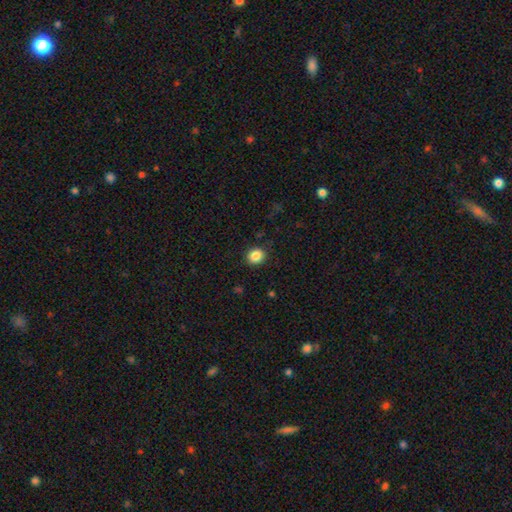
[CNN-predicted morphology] A smooth galaxy with no disk features (86%) that is round (77%). Merging: none (89%).